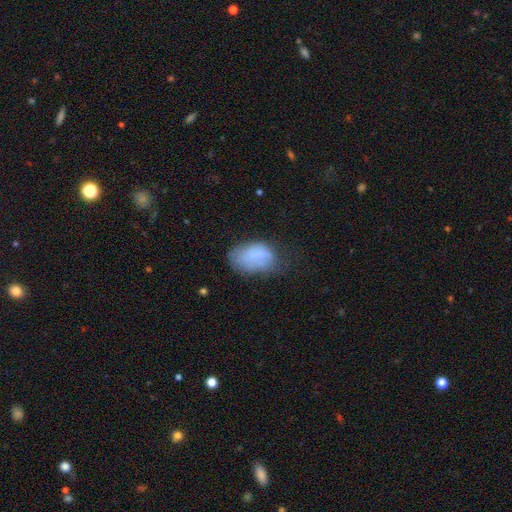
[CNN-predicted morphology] Smooth or featured?
  - smooth: 74% *
  - featured or disk: 16%
  - star or artifact: 10%
How rounded?
  - in between: 87% *
  - round: 11%
  - cigar-shaped: 1%
Merging?
  - none: 41% *
  - minor disturbance: 35%
  - major disturbance: 20%
  - merger: 4%